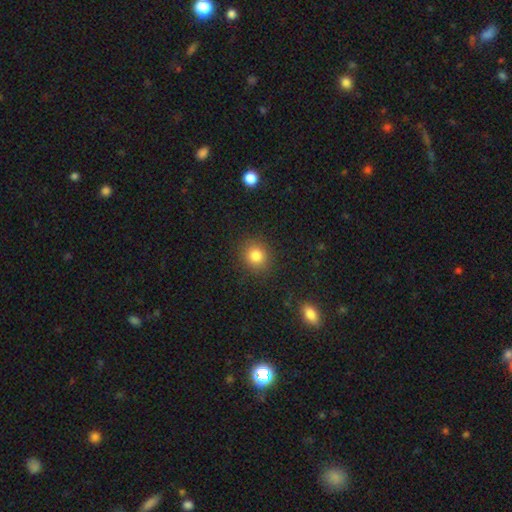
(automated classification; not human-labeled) smooth 83%, star or artifact 12%, featured or disk 5%. Down the decision tree: how rounded — round (84%); merging — none (88%).